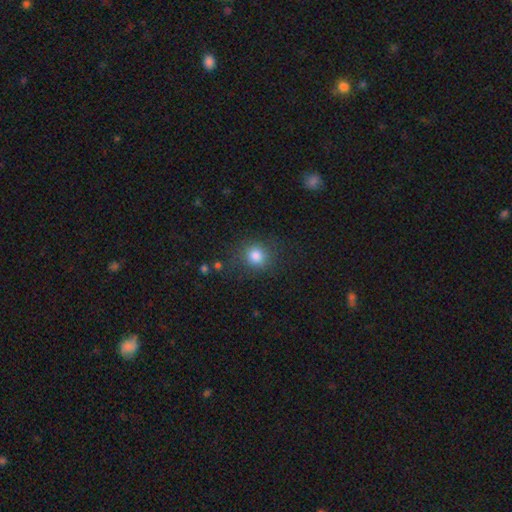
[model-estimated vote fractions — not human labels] Smooth or featured: smooth — 83% (star or artifact — 11%)
How rounded: round — 85% (in between — 14%)
Merging: none — 80% (minor disturbance — 12%)